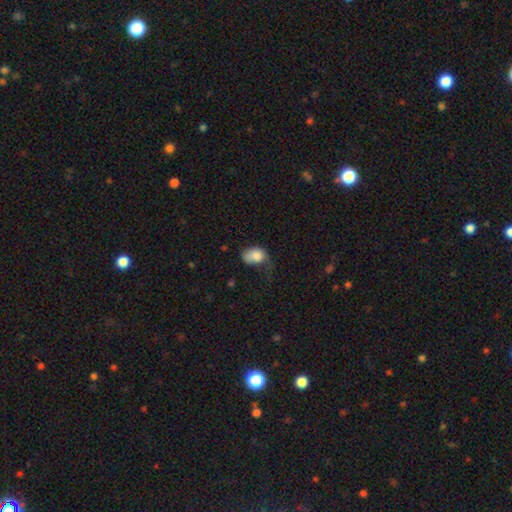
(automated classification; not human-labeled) Smooth or featured?
  - smooth: 81% *
  - featured or disk: 12%
  - star or artifact: 7%
How rounded?
  - in between: 74% *
  - round: 25%
  - cigar-shaped: 1%
Merging?
  - major disturbance: 43% *
  - minor disturbance: 31%
  - none: 23%
  - merger: 4%